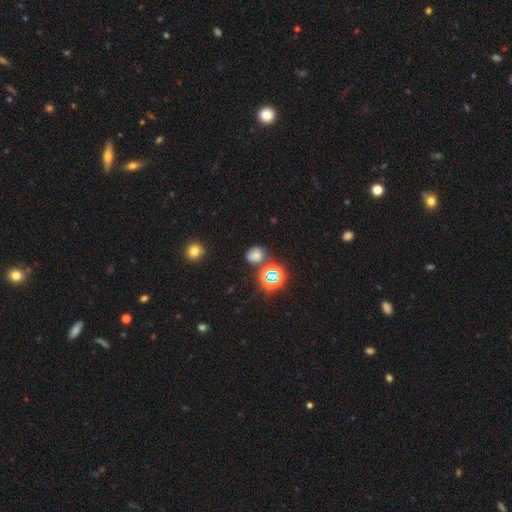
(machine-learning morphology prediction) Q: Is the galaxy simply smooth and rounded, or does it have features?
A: smooth — 60%.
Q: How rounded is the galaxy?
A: round — 62%.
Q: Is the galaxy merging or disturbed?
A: none — 65%.